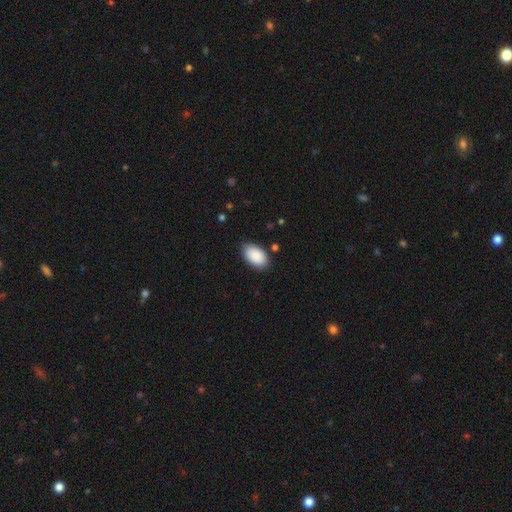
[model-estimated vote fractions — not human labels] Morphology: type=smooth (90%); roundness=in between (94%); merging=none (85%).